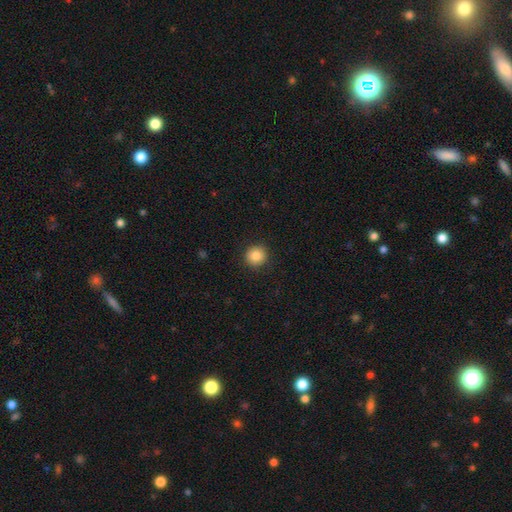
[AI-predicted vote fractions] This is clearly a smooth galaxy (85%). How rounded: clearly round (92%). Merging: clearly none (91%).